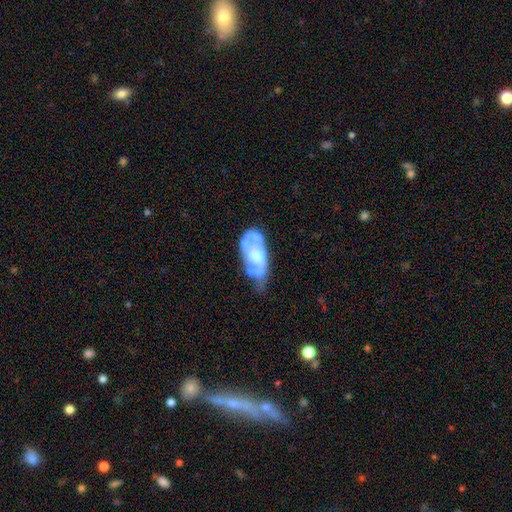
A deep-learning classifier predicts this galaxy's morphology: This appears to be a featured or disk galaxy (70%) with no bar (77%), no spiral arms (51%) and a large central bulge (37%). Merging: none (34%).